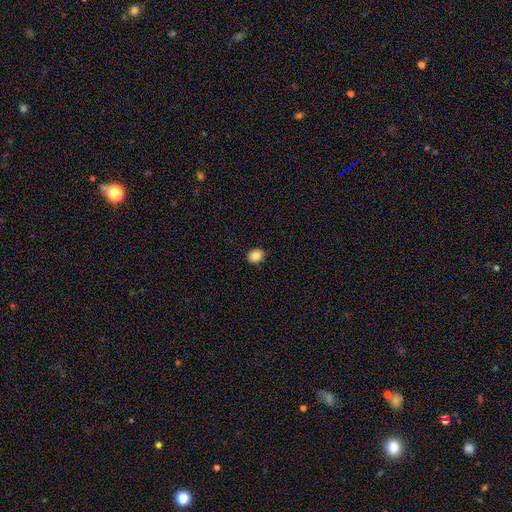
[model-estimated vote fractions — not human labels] Smooth or featured? smooth (85%)
How rounded? round (62%)
Merging? none (90%)